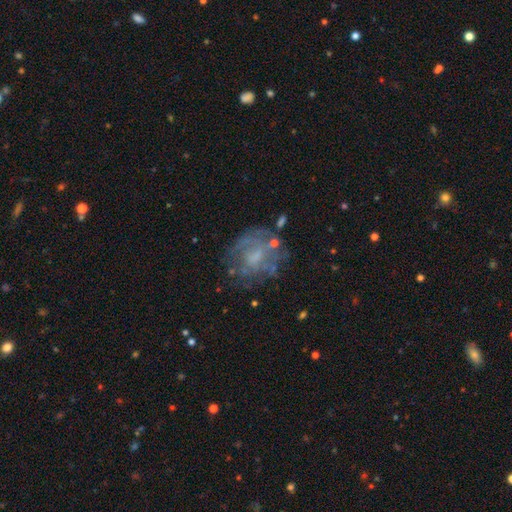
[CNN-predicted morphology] Smooth or featured? featured or disk (61%)
Edge-on disk? no (97%)
Bar? no (59%)
Spiral arms? no (56%)
Bulge size? small (34%)
Merging? none (58%)